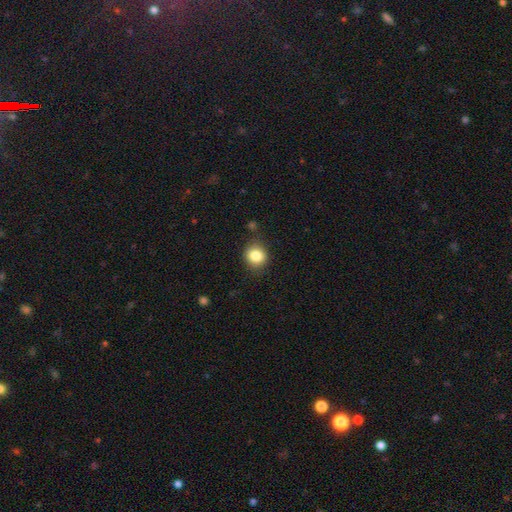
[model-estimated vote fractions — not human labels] Smooth or featured: smooth — 84% (star or artifact — 10%)
How rounded: round — 78% (in between — 21%)
Merging: none — 81% (minor disturbance — 13%)